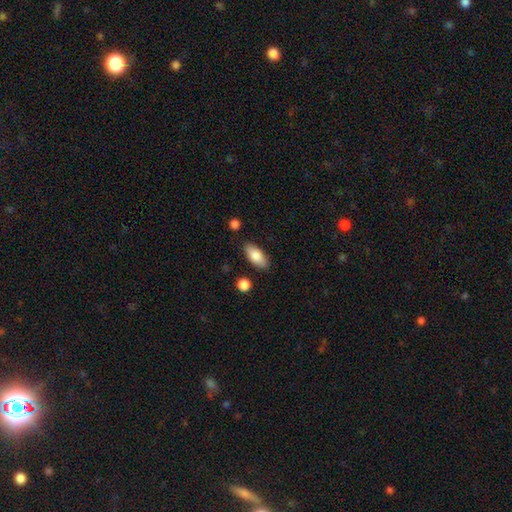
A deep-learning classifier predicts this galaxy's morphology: Smooth or featured?
  - smooth: 83% *
  - featured or disk: 11%
  - star or artifact: 6%
How rounded?
  - in between: 87% *
  - cigar-shaped: 10%
  - round: 3%
Merging?
  - none: 84% *
  - minor disturbance: 11%
  - merger: 3%
  - major disturbance: 2%